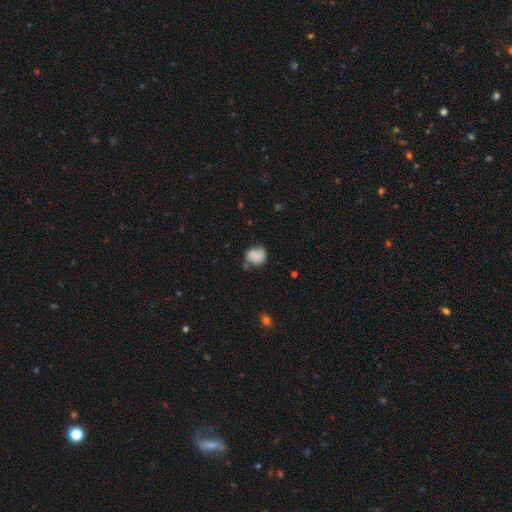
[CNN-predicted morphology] A smooth galaxy with no disk features (63%) that is round (69%).

Vote fractions:
- Smooth or featured? smooth: 63% / featured or disk: 28% / star or artifact: 9%
- How rounded? round: 69% / in between: 30% / cigar-shaped: 1%
- Merging? none: 56% / minor disturbance: 28% / major disturbance: 11% / merger: 5%